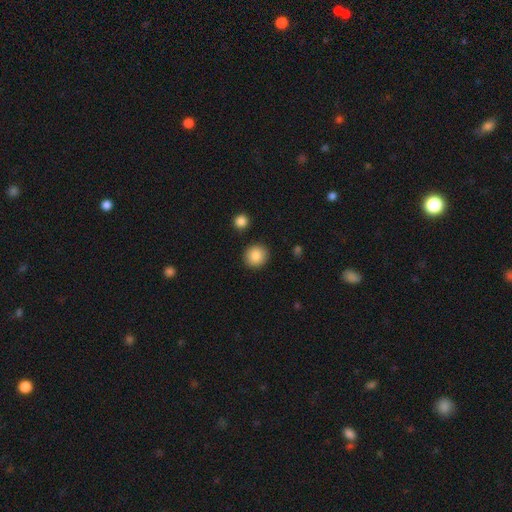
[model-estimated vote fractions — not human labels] smooth_or_featured: smooth (p=0.87) [alt: star or artifact p=0.08]
how_rounded: round (p=0.89) [alt: in between p=0.10]
merging: none (p=0.90) [alt: minor disturbance p=0.06]